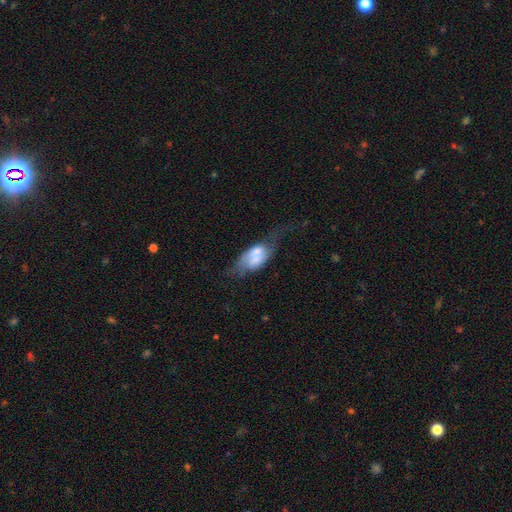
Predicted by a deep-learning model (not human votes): This is possibly a smooth galaxy (51%). How rounded: clearly in between (87%). Merging: marginally major disturbance (30%, tied with merger).